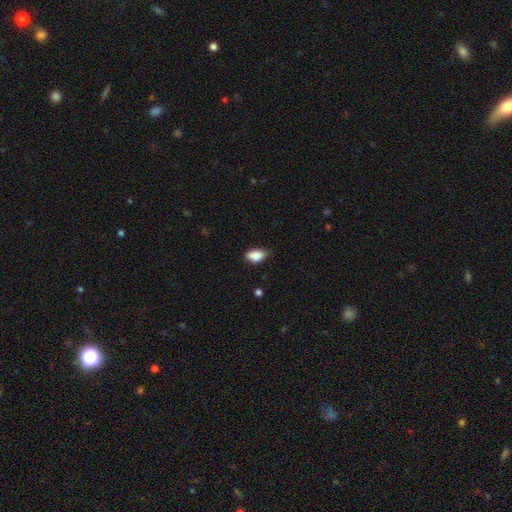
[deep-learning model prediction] Smooth or featured? Predicted: smooth (p=0.87). How rounded? Predicted: in between (p=0.91). Merging? Predicted: none (p=0.67).